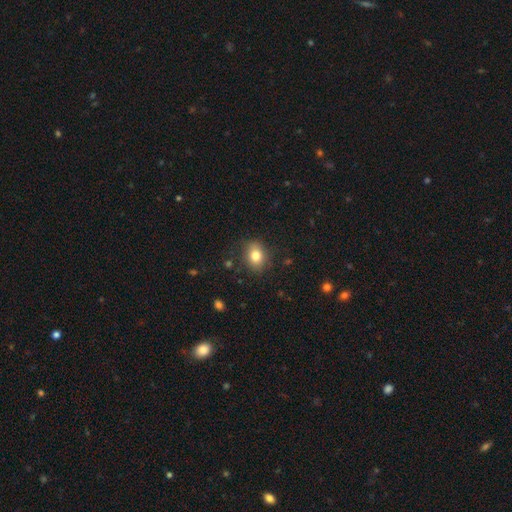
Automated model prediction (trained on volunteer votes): A smooth galaxy with no disk features (81%) that is in between round and cigar-shaped (51%).

Vote fractions:
- Smooth or featured? smooth: 81% / star or artifact: 10% / featured or disk: 9%
- How rounded? in between: 51% / round: 48% / cigar-shaped: 1%
- Merging? none: 83% / minor disturbance: 12% / major disturbance: 3% / merger: 1%